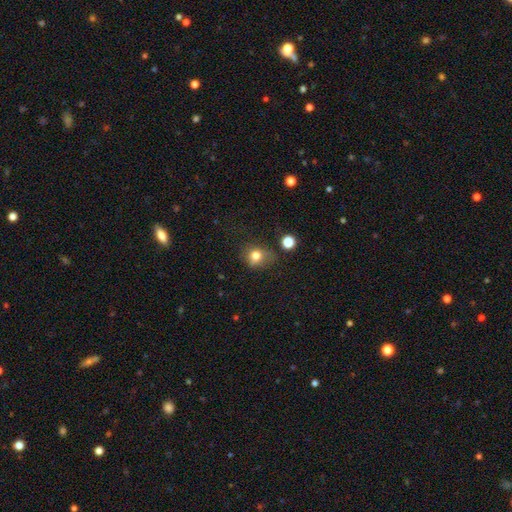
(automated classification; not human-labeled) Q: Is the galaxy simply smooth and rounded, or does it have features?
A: smooth — 76%.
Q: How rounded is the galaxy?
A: round — 65%.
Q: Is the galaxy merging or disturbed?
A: none — 51%.